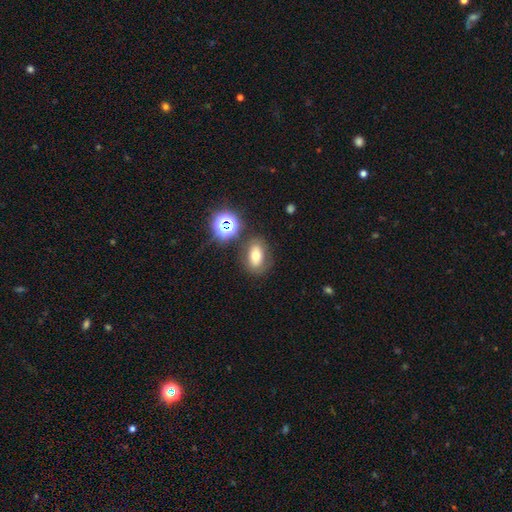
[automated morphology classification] smooth 61%, featured or disk 20%, star or artifact 19%. Down the decision tree: how rounded — in between (77%); merging — none (75%).